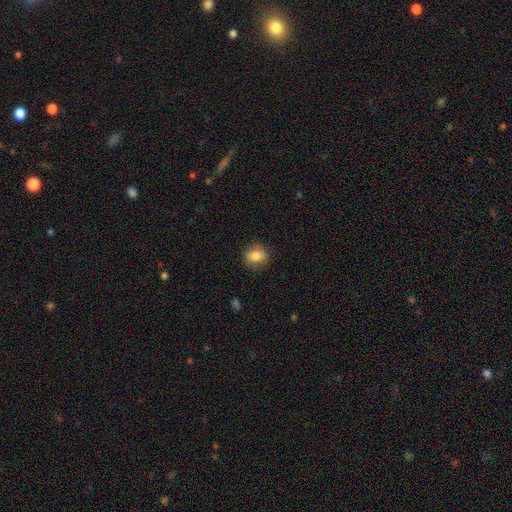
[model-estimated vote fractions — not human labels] This is clearly a smooth galaxy (82%). How rounded: possibly round (56%). Merging: clearly none (84%).